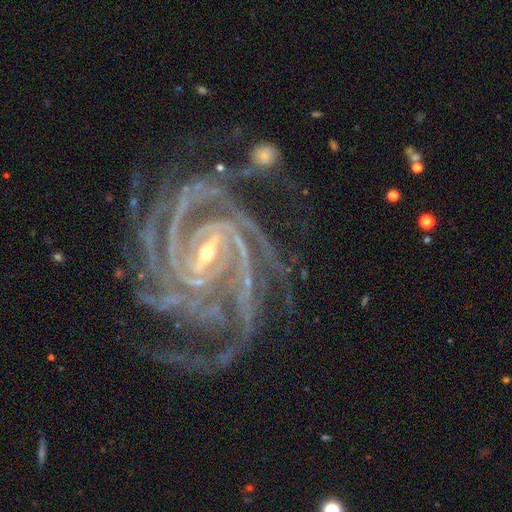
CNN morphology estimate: Q: Smooth or featured?
A: featured or disk (92%); runner-up: star or artifact (6%)
Q: Edge-on disk?
A: no (97%); runner-up: yes (3%)
Q: Bar?
A: strong (56%); runner-up: weak (32%)
Q: Spiral arms?
A: yes (99%); runner-up: no (1%)
Q: Spiral winding?
A: tight (71%); runner-up: medium (25%)
Q: Spiral arm count?
A: 4 (30%); runner-up: 3 (20%)
Q: Bulge size?
A: small (62%); runner-up: moderate (34%)
Q: Merging?
A: none (60%); runner-up: minor disturbance (19%)